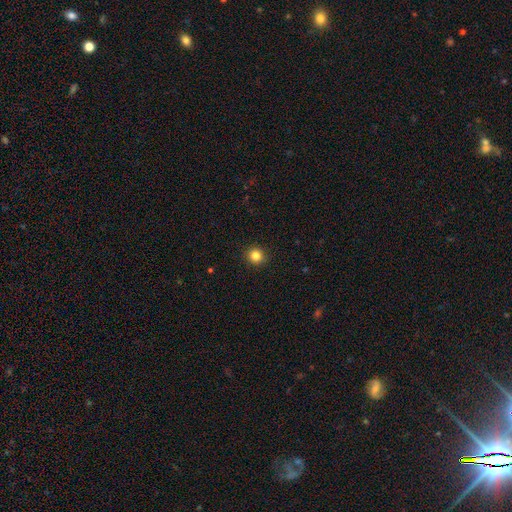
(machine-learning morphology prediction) A smooth galaxy with no disk features (84%) that is round (93%).

Vote fractions:
- Smooth or featured? smooth: 84% / star or artifact: 12% / featured or disk: 4%
- How rounded? round: 93% / in between: 6% / cigar-shaped: 1%
- Merging? none: 93% / minor disturbance: 5% / major disturbance: 2% / merger: 1%